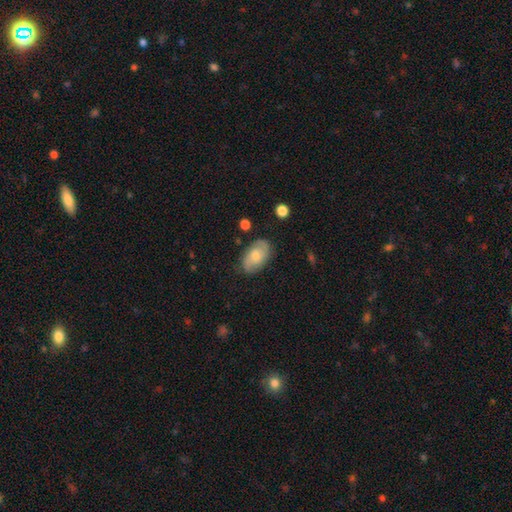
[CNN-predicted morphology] type=featured or disk (49%); merging=none (78%).